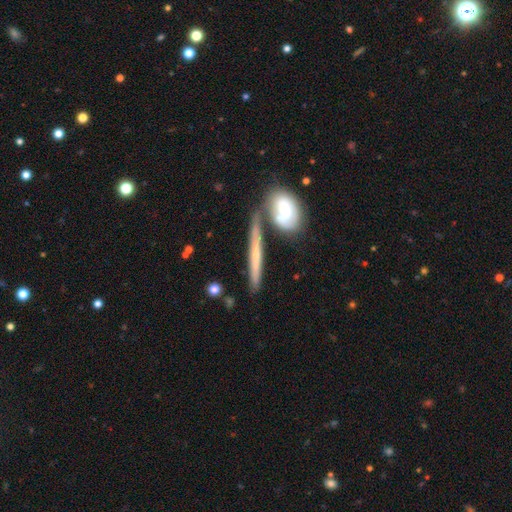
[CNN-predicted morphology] smooth_or_featured: featured or disk (p=0.49) [alt: smooth p=0.44]
merging: none (p=0.67) [alt: merger p=0.18]